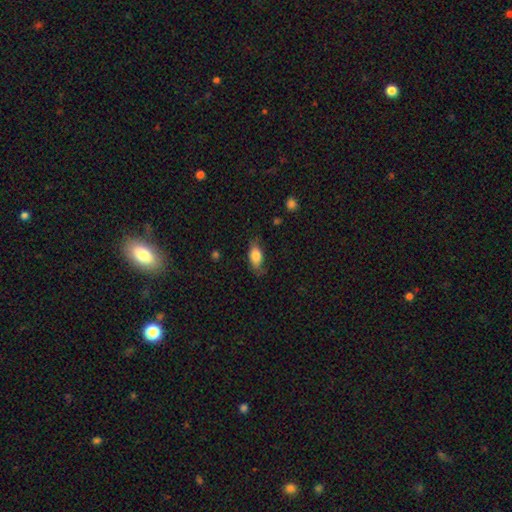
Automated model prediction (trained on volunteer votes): A smooth galaxy with no disk features (79%) that is in between round and cigar-shaped (86%). Merging: none (69%).